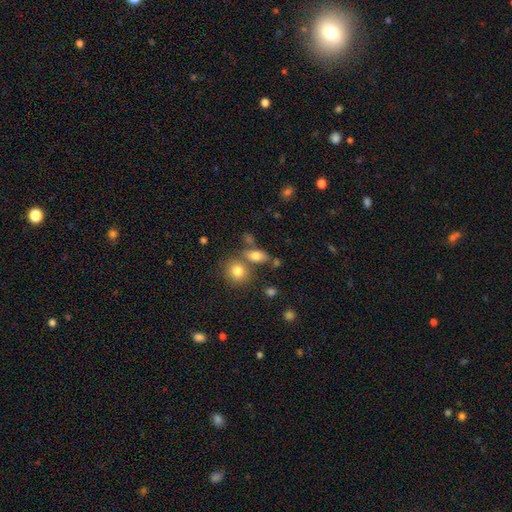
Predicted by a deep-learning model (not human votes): smooth_or_featured: smooth (p=0.75) [alt: featured or disk p=0.14]
how_rounded: in between (p=0.75) [alt: round p=0.16]
merging: none (p=0.57) [alt: merger p=0.25]